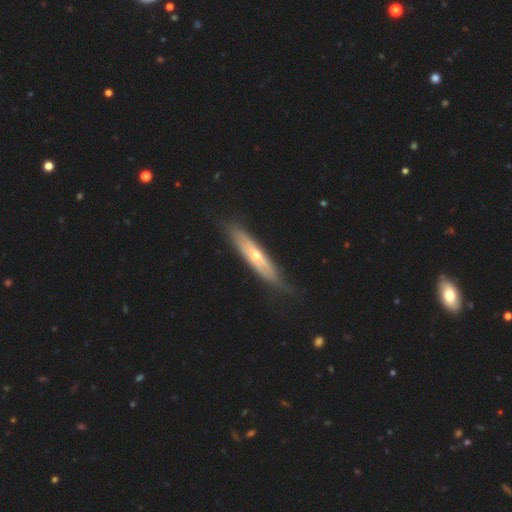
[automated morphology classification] featured or disk 60%, smooth 34%, star or artifact 5%. Down the decision tree: edge-on disk — yes (68%); merging — none (77%).